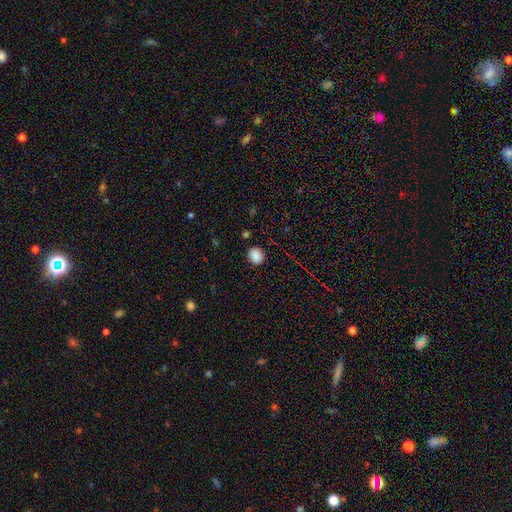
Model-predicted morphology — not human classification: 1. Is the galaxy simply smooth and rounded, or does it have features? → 87% smooth, 10% star or artifact, 3% featured or disk.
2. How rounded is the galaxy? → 74% round, 25% in between, 1% cigar-shaped.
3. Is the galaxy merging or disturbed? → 88% none, 9% minor disturbance, 2% major disturbance, 2% merger.